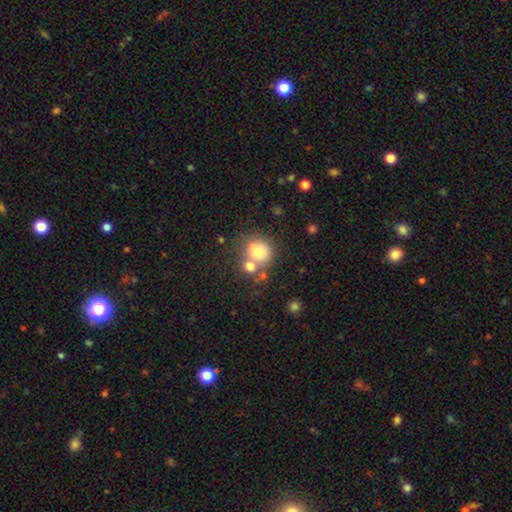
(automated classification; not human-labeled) This appears to be a smooth galaxy with no disk features (71%) that is round (79%). Merging: none (47%).